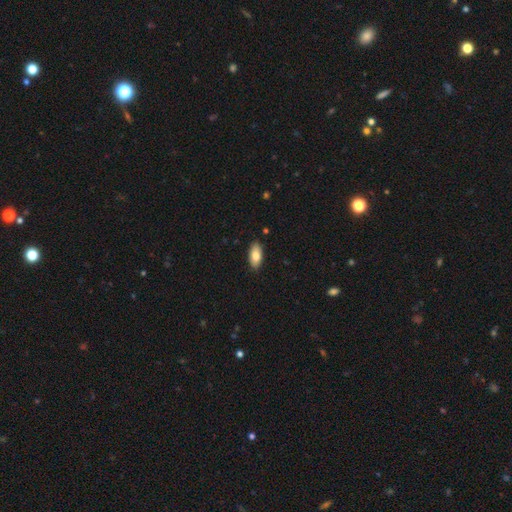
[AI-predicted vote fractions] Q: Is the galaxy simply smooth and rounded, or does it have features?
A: smooth — 81%.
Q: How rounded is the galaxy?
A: in between — 90%.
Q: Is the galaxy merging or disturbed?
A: none — 88%.